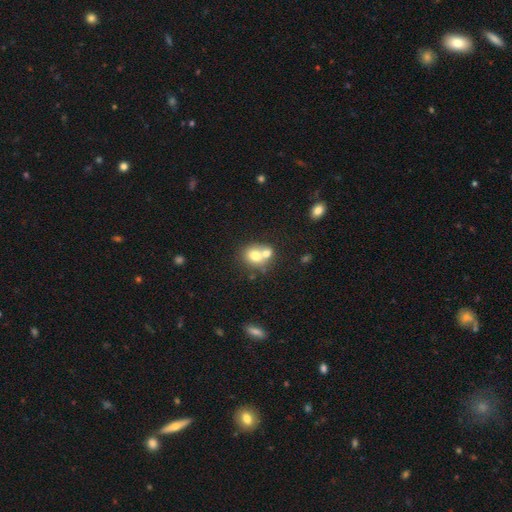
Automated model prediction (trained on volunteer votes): A smooth galaxy with no disk features (70%) that is round (64%).

Vote fractions:
- Smooth or featured? smooth: 70% / featured or disk: 20% / star or artifact: 10%
- How rounded? round: 64% / in between: 35% / cigar-shaped: 1%
- Merging? merger: 57% / none: 32% / minor disturbance: 8% / major disturbance: 3%